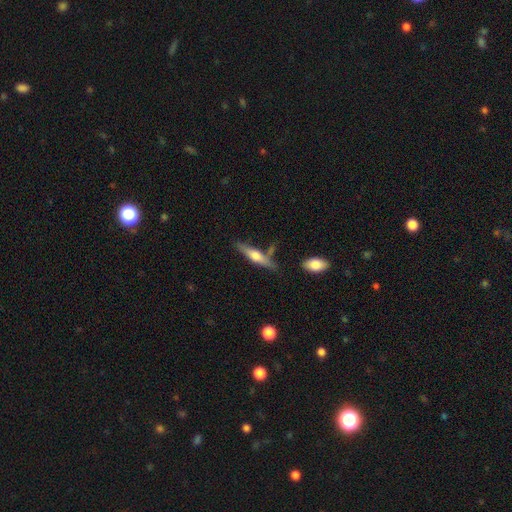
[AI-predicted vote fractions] featured or disk 54%, smooth 40%, star or artifact 6%. Down the decision tree: edge-on disk — yes (94%); edge-on bulge — rounded (89%); merging — none (72%).